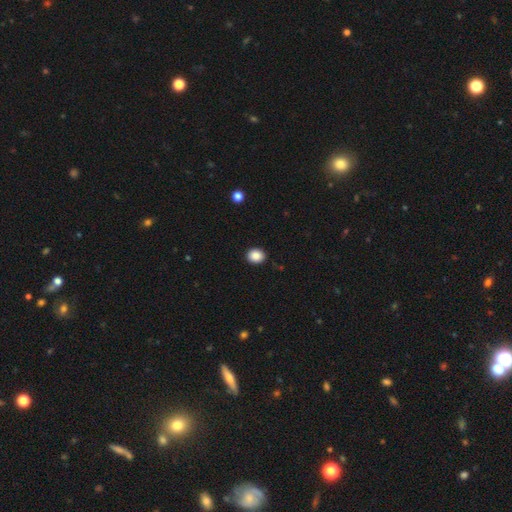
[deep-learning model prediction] A smooth galaxy with no disk features (87%) that is round (68%).

Vote fractions:
- Smooth or featured? smooth: 87% / star or artifact: 9% / featured or disk: 3%
- How rounded? round: 68% / in between: 31% / cigar-shaped: 1%
- Merging? none: 91% / minor disturbance: 6% / major disturbance: 2% / merger: 1%